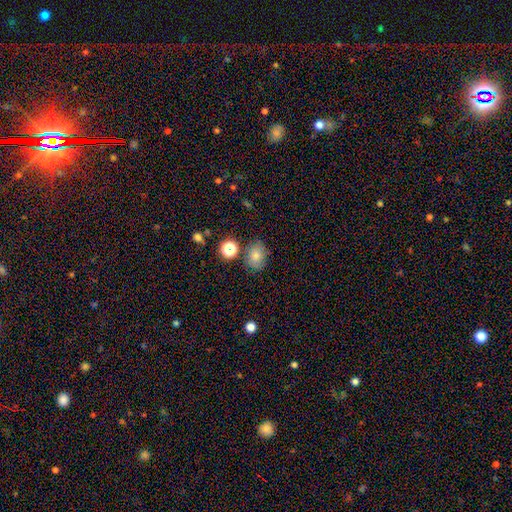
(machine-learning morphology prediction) Q: Smooth or featured?
A: smooth (75%); runner-up: star or artifact (14%)
Q: How rounded?
A: in between (59%); runner-up: round (40%)
Q: Merging?
A: none (73%); runner-up: minor disturbance (16%)